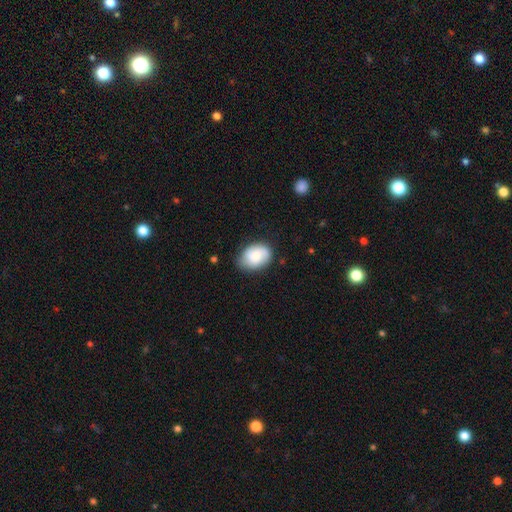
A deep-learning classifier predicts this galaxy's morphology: Overall: smooth (72%). How rounded: in between (72%). Merging: none (73%).